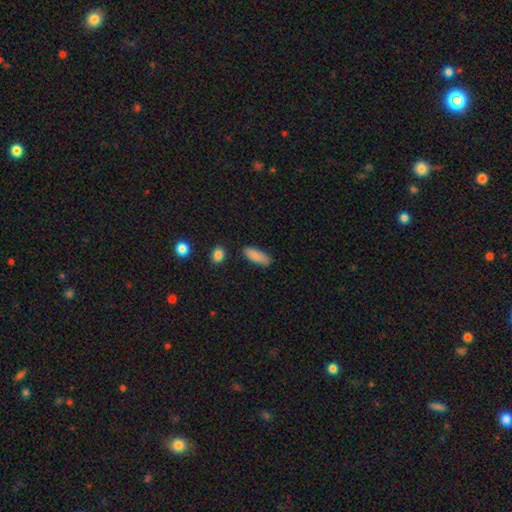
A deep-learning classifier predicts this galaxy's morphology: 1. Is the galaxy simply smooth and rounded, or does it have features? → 88% smooth, 7% star or artifact, 5% featured or disk.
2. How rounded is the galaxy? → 70% in between, 28% cigar-shaped, 2% round.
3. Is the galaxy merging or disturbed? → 81% none, 13% minor disturbance, 3% major disturbance, 3% merger.